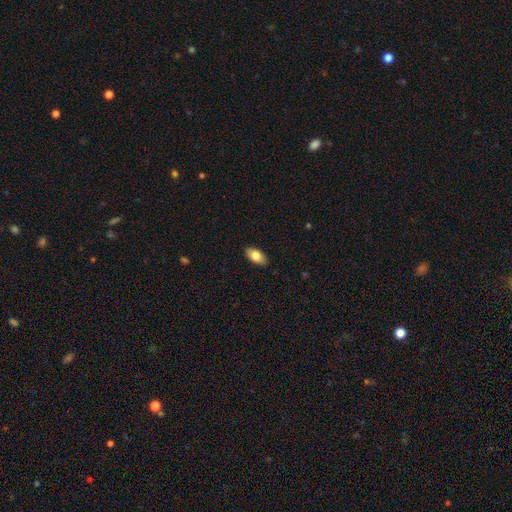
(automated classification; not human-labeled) The model was most divided on "smooth or featured": smooth: 81%, featured or disk: 13%, star or artifact: 7%. More confident: how rounded — in between (93%); merging — none (89%).